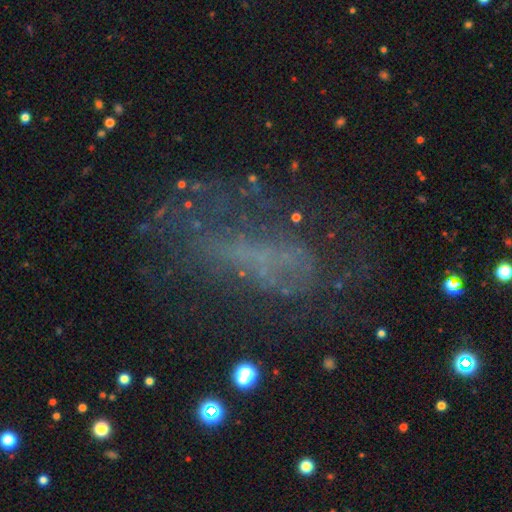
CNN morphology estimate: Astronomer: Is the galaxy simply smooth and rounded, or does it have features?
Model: featured or disk — 46% (runner-up: star or artifact, 27%).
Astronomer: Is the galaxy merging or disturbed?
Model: none — 51% (runner-up: major disturbance, 26%).